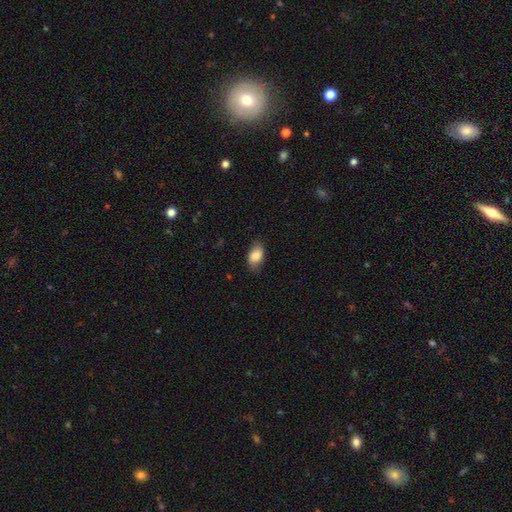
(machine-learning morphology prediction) smooth 84%, featured or disk 9%, star or artifact 7%. Down the decision tree: how rounded — in between (90%); merging — none (76%).